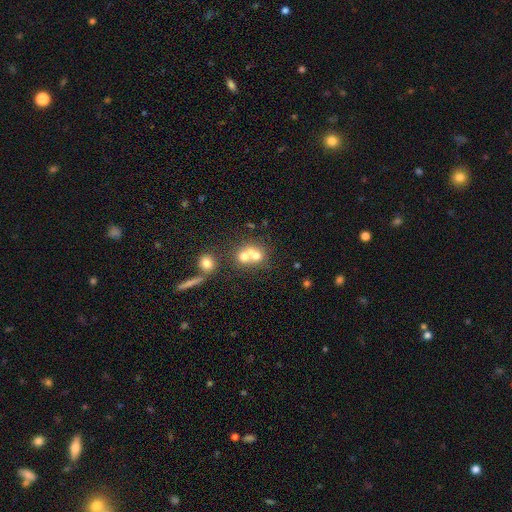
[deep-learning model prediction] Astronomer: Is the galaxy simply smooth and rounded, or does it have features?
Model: smooth — 59%.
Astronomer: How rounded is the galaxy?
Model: round — 75%.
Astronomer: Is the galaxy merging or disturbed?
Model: merger — 61%.